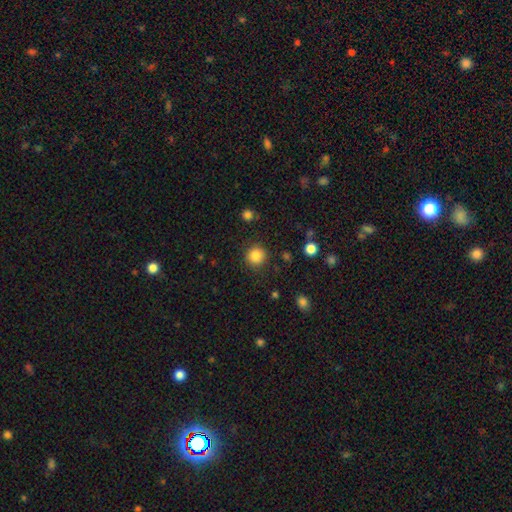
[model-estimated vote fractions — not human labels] Smooth or featured: smooth — 86% (star or artifact — 10%)
How rounded: round — 93% (in between — 6%)
Merging: none — 89% (minor disturbance — 7%)